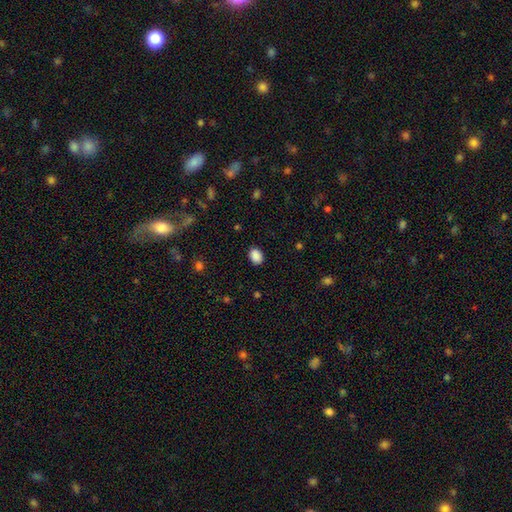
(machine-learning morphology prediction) Smooth or featured?
  - smooth: 89% *
  - star or artifact: 8%
  - featured or disk: 3%
How rounded?
  - in between: 74% *
  - round: 25%
  - cigar-shaped: 1%
Merging?
  - none: 87% *
  - minor disturbance: 9%
  - major disturbance: 2%
  - merger: 1%